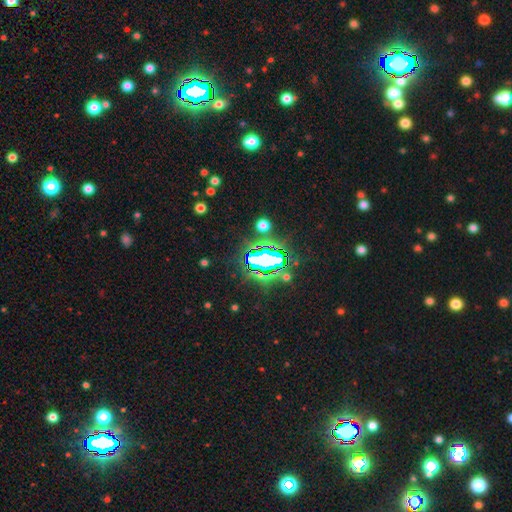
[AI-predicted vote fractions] smooth_or_featured: star or artifact (p=0.76) [alt: smooth p=0.13]